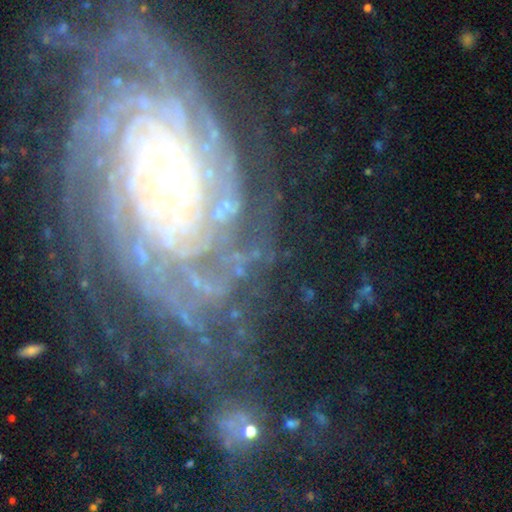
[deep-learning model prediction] Q: Smooth or featured?
A: featured or disk (84%); runner-up: star or artifact (10%)
Q: Edge-on disk?
A: no (97%); runner-up: yes (3%)
Q: Bar?
A: no (74%); runner-up: weak (16%)
Q: Spiral arms?
A: yes (96%); runner-up: no (4%)
Q: Spiral winding?
A: tight (78%); runner-up: medium (17%)
Q: Spiral arm count?
A: more than 4 (29%); runner-up: can't tell (27%)
Q: Bulge size?
A: small (79%); runner-up: moderate (15%)
Q: Merging?
A: none (71%); runner-up: minor disturbance (15%)